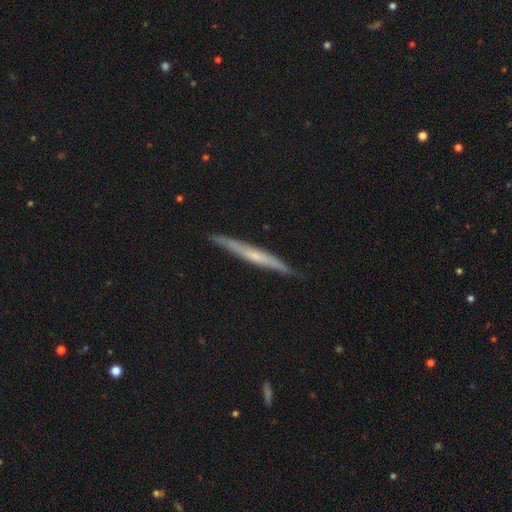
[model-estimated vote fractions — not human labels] Smooth or featured? Predicted: featured or disk (p=0.57). Edge-on disk? Predicted: yes (p=0.95). Edge-on bulge? Predicted: none (p=0.62). Merging? Predicted: none (p=0.87).